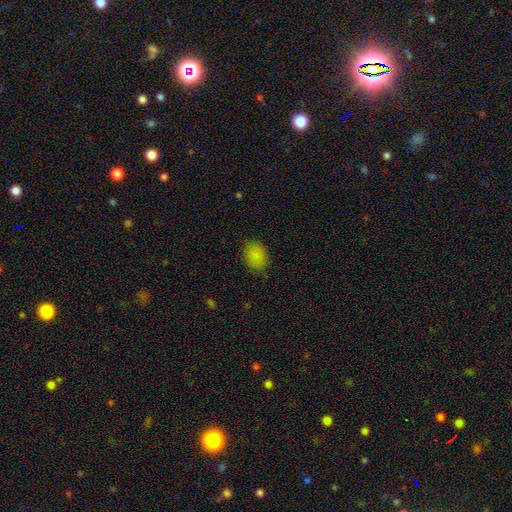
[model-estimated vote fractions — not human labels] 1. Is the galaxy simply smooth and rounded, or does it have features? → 85% smooth, 10% star or artifact, 5% featured or disk.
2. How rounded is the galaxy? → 68% in between, 31% round, 1% cigar-shaped.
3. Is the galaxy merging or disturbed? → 82% none, 14% minor disturbance, 3% major disturbance, 1% merger.